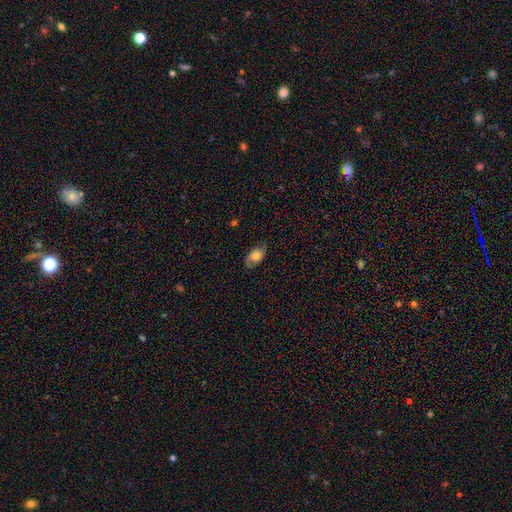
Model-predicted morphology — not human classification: smooth_or_featured: smooth (p=0.57) [alt: featured or disk p=0.35]
how_rounded: in between (p=0.89) [alt: round p=0.09]
merging: none (p=0.73) [alt: minor disturbance p=0.20]